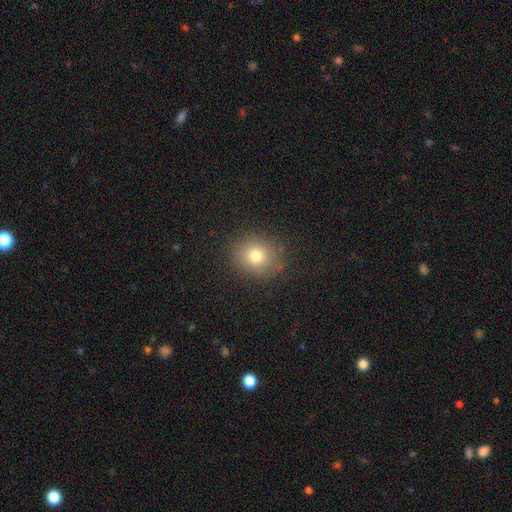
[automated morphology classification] The model was most divided on "smooth or featured": smooth: 76%, star or artifact: 14%, featured or disk: 10%. More confident: merging — none (86%); how rounded — round (82%).